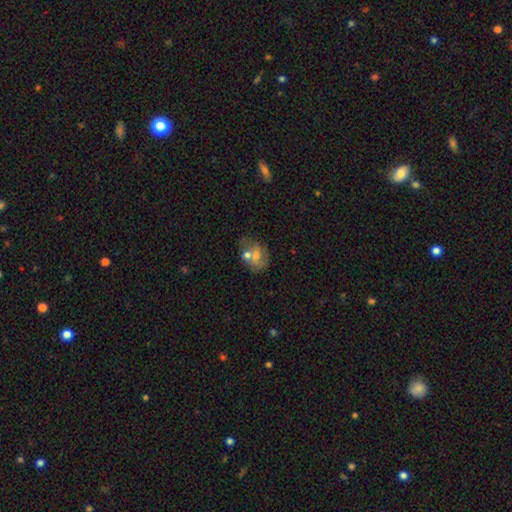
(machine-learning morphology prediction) This appears to be a smooth galaxy with no disk features (46%). Merging: none (45%).